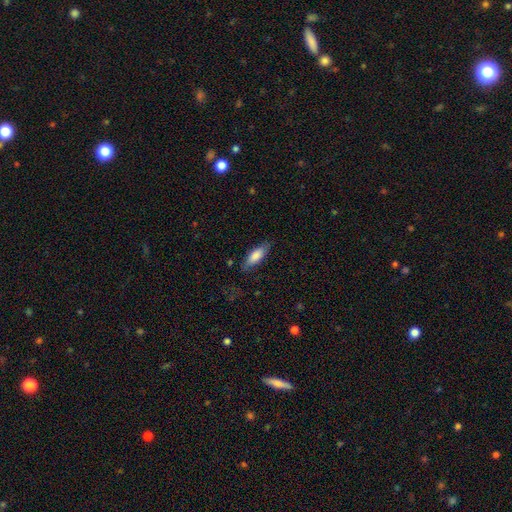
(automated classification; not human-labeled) This is likely a smooth galaxy (80%). How rounded: likely in between (66%). Merging: likely none (75%).